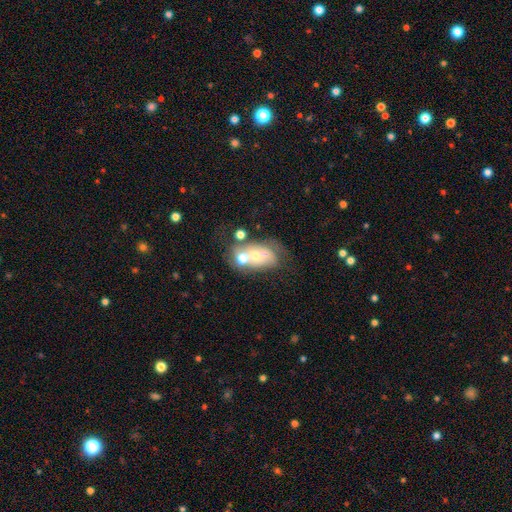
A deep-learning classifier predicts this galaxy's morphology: A smooth galaxy with no disk features (46%). Merging: merger (52%).